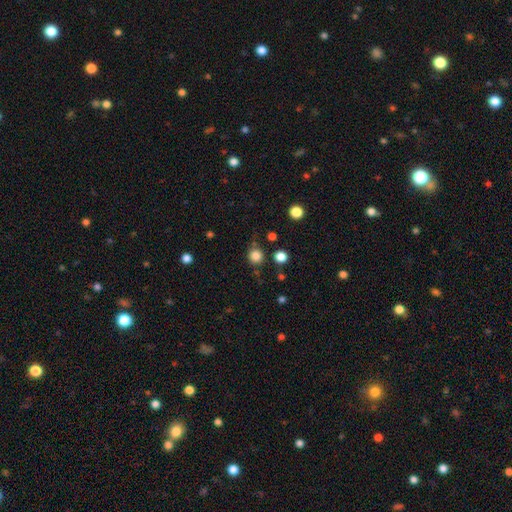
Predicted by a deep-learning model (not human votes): A smooth galaxy with no disk features (83%) that is round (92%).

Vote fractions:
- Smooth or featured? smooth: 83% / star or artifact: 13% / featured or disk: 4%
- How rounded? round: 92% / in between: 7% / cigar-shaped: 1%
- Merging? none: 82% / minor disturbance: 10% / merger: 5% / major disturbance: 3%